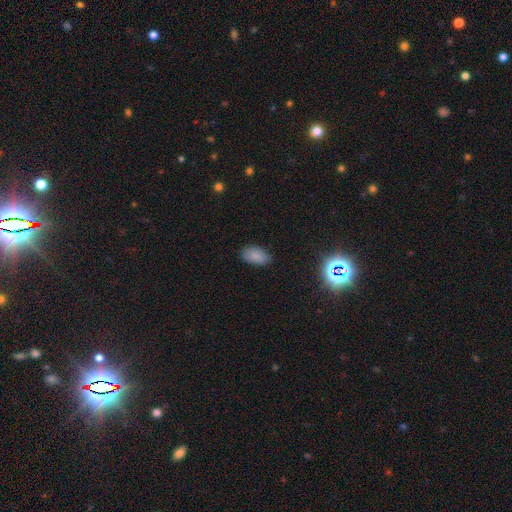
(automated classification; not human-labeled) A smooth galaxy with no disk features (84%) that is in between round and cigar-shaped (93%).

Vote fractions:
- Smooth or featured? smooth: 84% / star or artifact: 11% / featured or disk: 6%
- How rounded? in between: 93% / round: 5% / cigar-shaped: 2%
- Merging? none: 80% / minor disturbance: 15% / major disturbance: 3% / merger: 1%